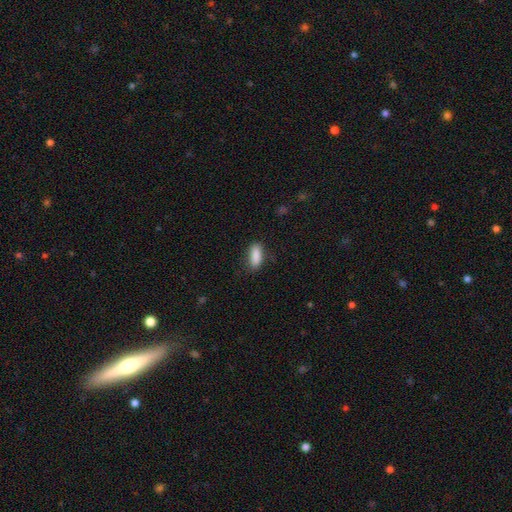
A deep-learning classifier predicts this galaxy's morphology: Smooth or featured? Predicted: smooth (p=0.88). How rounded? Predicted: in between (p=0.79). Merging? Predicted: none (p=0.81).